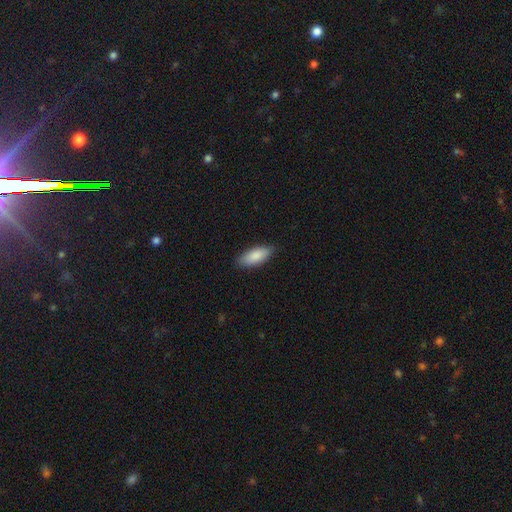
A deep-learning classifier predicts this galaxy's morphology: This appears to be a smooth galaxy with no disk features (87%) that is in between round and cigar-shaped (83%). Merging: none (85%).